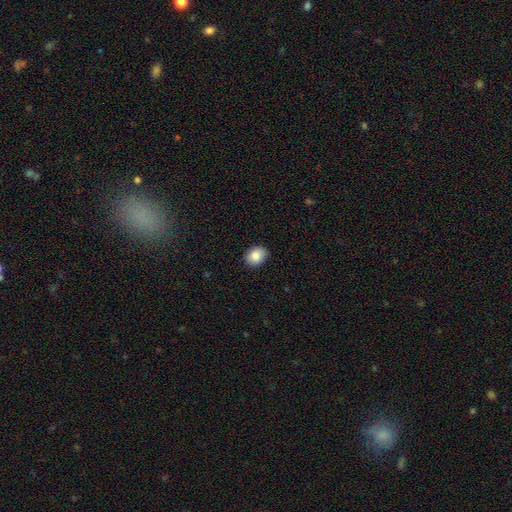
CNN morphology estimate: This appears to be a smooth galaxy with no disk features (86%) that is in between round and cigar-shaped (59%). Merging: none (87%).